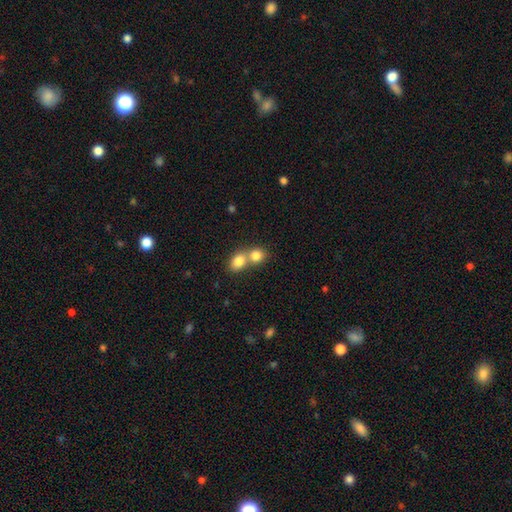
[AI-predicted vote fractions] Smooth or featured: smooth — 80% (featured or disk — 10%)
How rounded: round — 64% (in between — 35%)
Merging: merger — 64% (none — 29%)